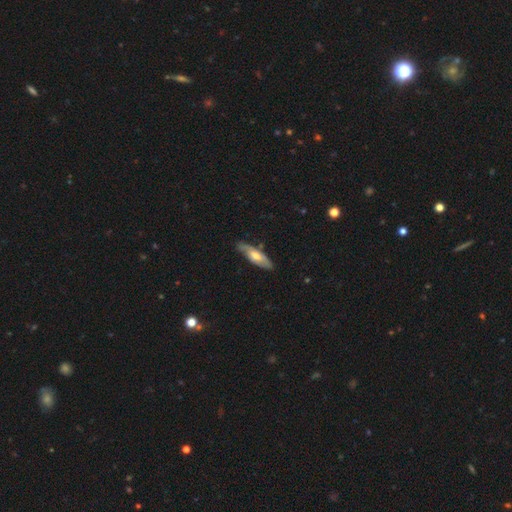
smooth-or-featured: featured or disk: 53% | smooth: 45% | star or artifact: 3%
  disk-edge-on: no: 65% | yes: 35%
    bar: no: 69% | weak: 31% | strong: 0%
    has-spiral-arms: yes: 62% | no: 38%
      spiral-winding: tight: 75% | medium: 12% | loose: 12%
      spiral-arm-count: can't tell: 50% | 1: 25% | 2: 25% | 3: 0% | 4: 0% | more than 4: 0%
    bulge-size: moderate: 62% | small: 23% | large: 15% | dominant: 0% | none: 0%
  merging: none: 76% | minor disturbance: 16% | merger: 8% | major disturbance: 0%